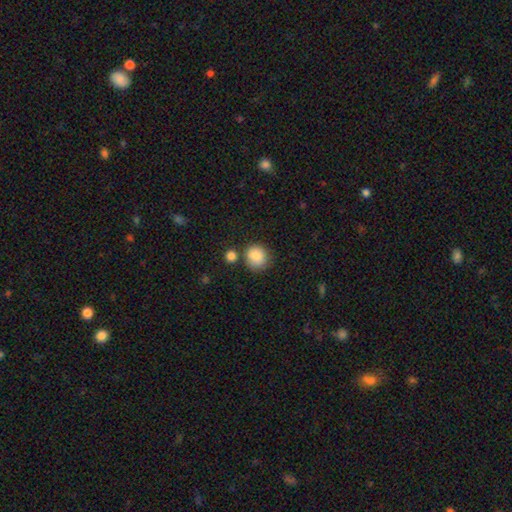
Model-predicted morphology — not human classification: Q: Smooth or featured?
A: smooth (86%); runner-up: star or artifact (9%)
Q: How rounded?
A: round (86%); runner-up: in between (13%)
Q: Merging?
A: none (69%); runner-up: minor disturbance (15%)